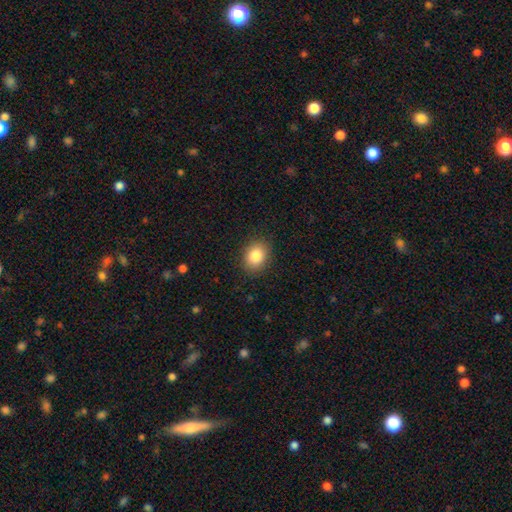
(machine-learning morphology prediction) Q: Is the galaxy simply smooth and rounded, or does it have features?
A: smooth — 85%.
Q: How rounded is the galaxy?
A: in between — 60%.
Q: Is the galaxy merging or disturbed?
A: none — 87%.